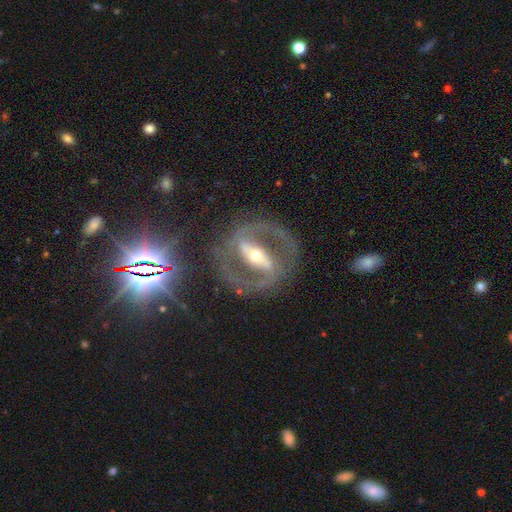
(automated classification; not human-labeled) Smooth or featured? featured or disk (89%)
Edge-on disk? no (94%)
Bar? strong (75%)
Spiral arms? yes (89%)
Spiral winding? medium (56%)
Spiral arm count? 2 (91%)
Bulge size? moderate (59%)
Merging? none (76%)